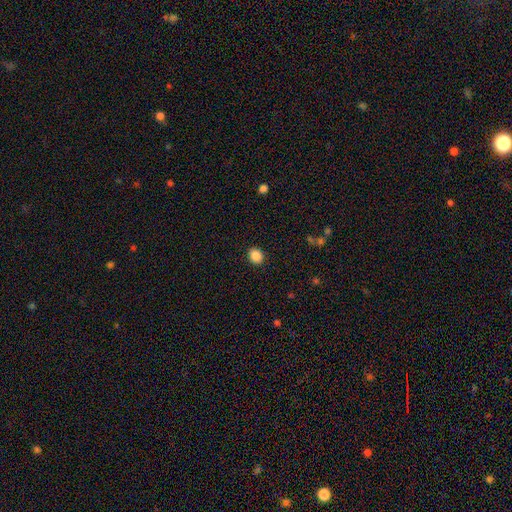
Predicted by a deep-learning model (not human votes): Morphology: type=smooth (87%); roundness=round (65%); merging=none (91%).